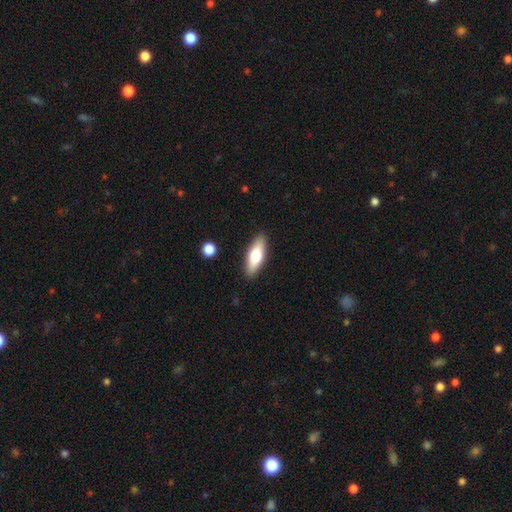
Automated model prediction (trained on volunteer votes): Smooth or featured? smooth (67%)
How rounded? in between (58%)
Merging? none (89%)